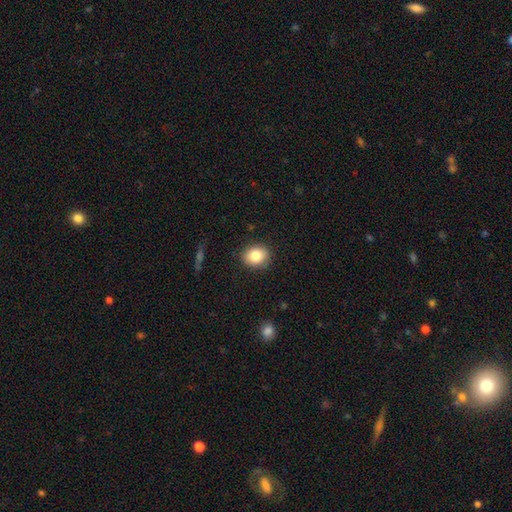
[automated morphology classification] Smooth or featured? smooth (83%)
How rounded? round (56%)
Merging? none (88%)